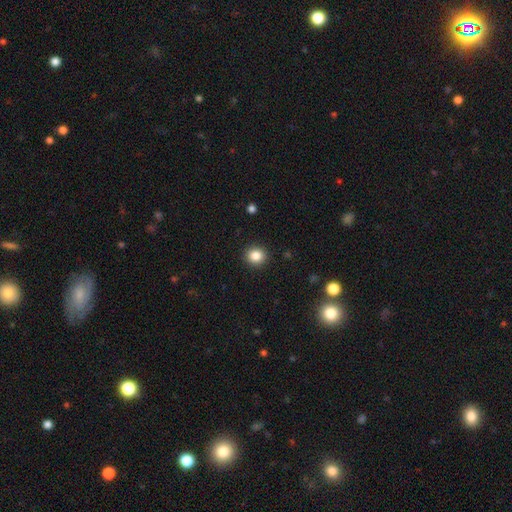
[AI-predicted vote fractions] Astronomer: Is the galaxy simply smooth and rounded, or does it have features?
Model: smooth — 85%.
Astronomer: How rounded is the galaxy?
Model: round — 85%.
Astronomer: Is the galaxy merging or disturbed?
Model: none — 92%.